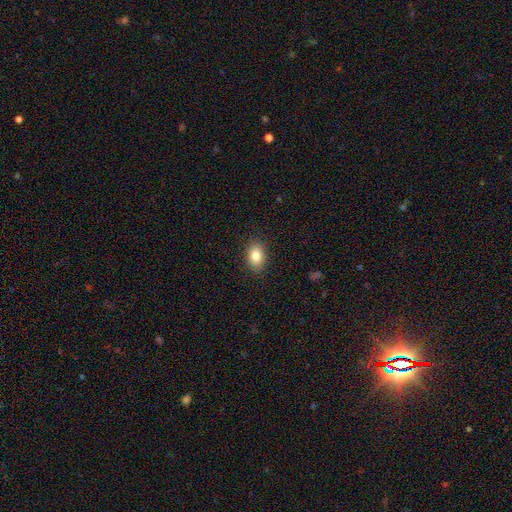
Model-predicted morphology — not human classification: Smooth or featured?
  - smooth: 84% *
  - star or artifact: 8%
  - featured or disk: 8%
How rounded?
  - in between: 82% *
  - round: 16%
  - cigar-shaped: 1%
Merging?
  - none: 88% *
  - minor disturbance: 9%
  - major disturbance: 2%
  - merger: 1%